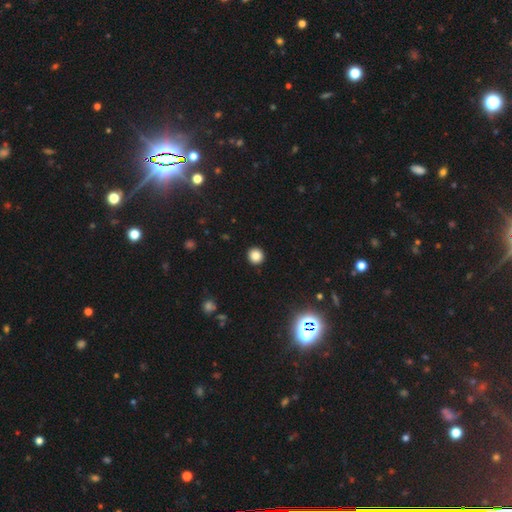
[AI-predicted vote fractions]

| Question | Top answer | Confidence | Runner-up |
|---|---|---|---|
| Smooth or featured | smooth | 84% | star or artifact (12%) |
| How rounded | round | 94% | in between (5%) |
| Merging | none | 93% | minor disturbance (4%) |